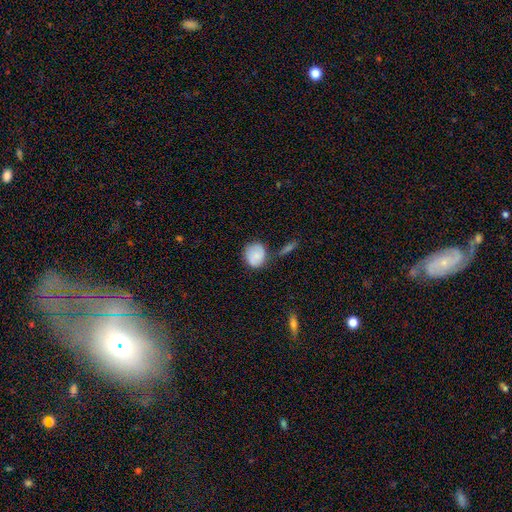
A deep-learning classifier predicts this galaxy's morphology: A smooth galaxy with no disk features (78%) that is round (76%).

Vote fractions:
- Smooth or featured? smooth: 78% / featured or disk: 15% / star or artifact: 8%
- How rounded? round: 76% / in between: 23% / cigar-shaped: 1%
- Merging? none: 59% / minor disturbance: 23% / merger: 12% / major disturbance: 7%